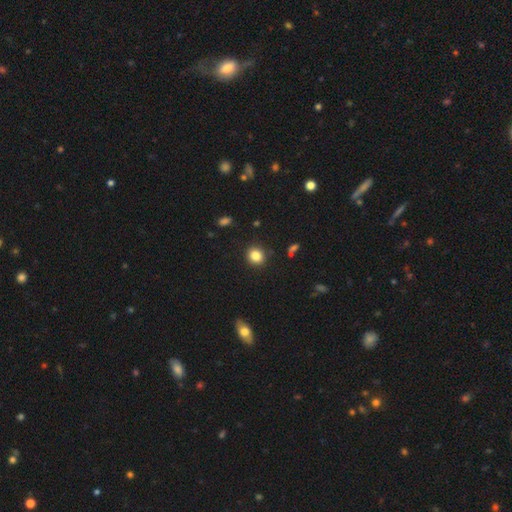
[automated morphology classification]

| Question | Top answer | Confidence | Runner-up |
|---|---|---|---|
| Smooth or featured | smooth | 84% | star or artifact (10%) |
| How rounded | round | 80% | in between (19%) |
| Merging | none | 89% | minor disturbance (7%) |